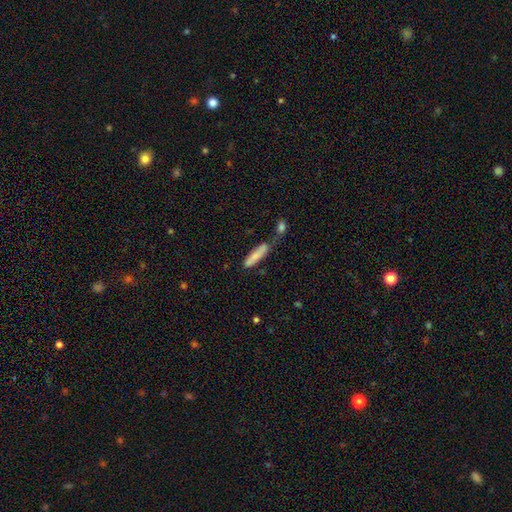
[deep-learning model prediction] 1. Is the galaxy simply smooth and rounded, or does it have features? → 79% smooth, 15% featured or disk, 6% star or artifact.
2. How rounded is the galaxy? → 76% cigar-shaped, 22% in between, 2% round.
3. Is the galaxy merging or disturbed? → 52% none, 21% merger, 20% minor disturbance, 6% major disturbance.